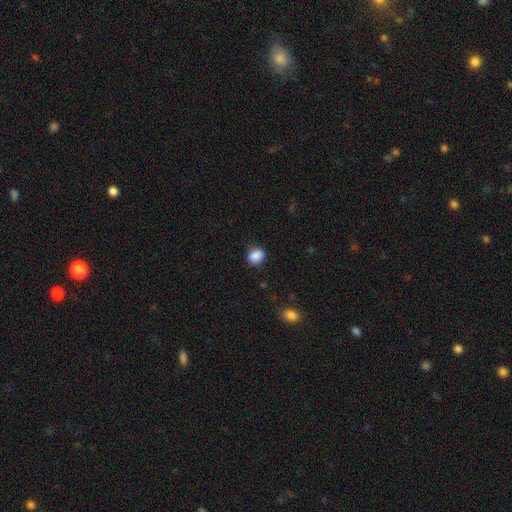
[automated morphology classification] smooth-or-featured: smooth: 88% | star or artifact: 9% | featured or disk: 3%
  how-rounded: round: 62% | in between: 37% | cigar-shaped: 1%
  merging: none: 83% | minor disturbance: 13% | major disturbance: 3% | merger: 1%